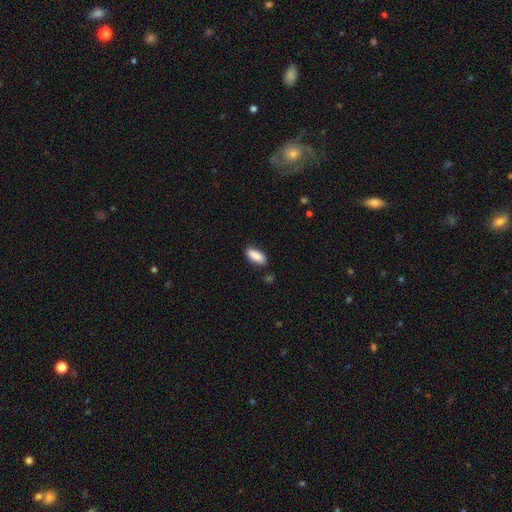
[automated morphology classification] A smooth galaxy with no disk features (88%) that is in between round and cigar-shaped (80%). Merging: none (81%).